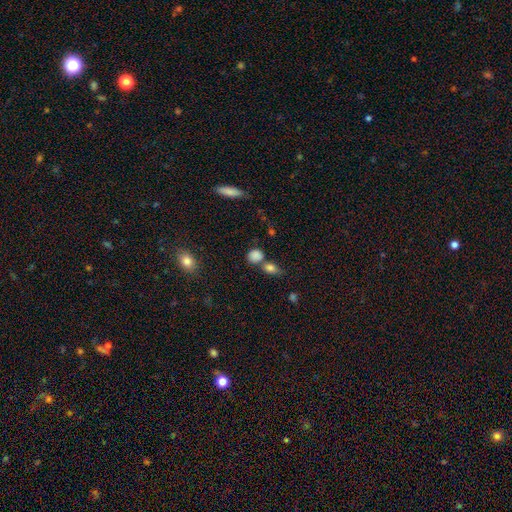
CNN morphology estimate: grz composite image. It shows a smooth galaxy with no disk features (83%) that is round (64%). Merging: none (54%).